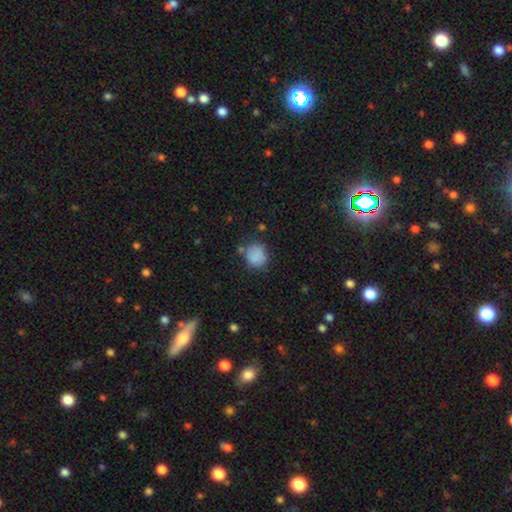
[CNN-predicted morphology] smooth 84%, star or artifact 10%, featured or disk 7%. Down the decision tree: how rounded — round (70%); merging — none (67%).